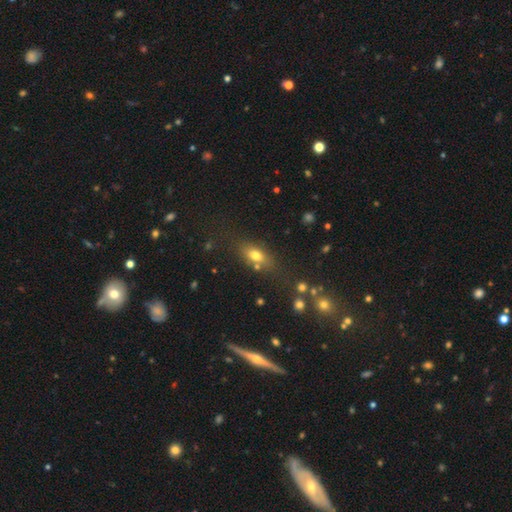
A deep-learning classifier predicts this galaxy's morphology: This is likely a smooth galaxy (72%). How rounded: likely in between (74%). Merging: likely none (69%).